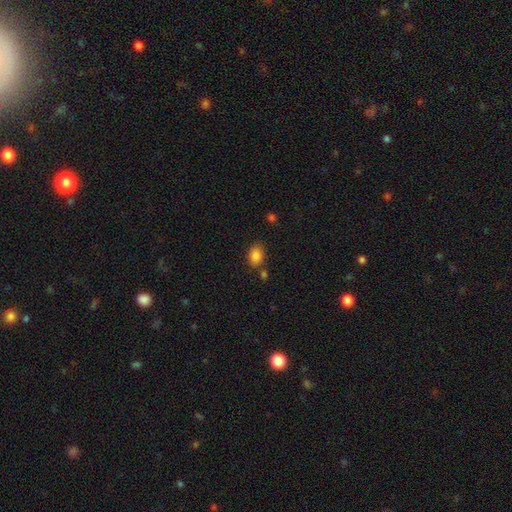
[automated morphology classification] Smooth or featured? Predicted: smooth (p=0.86). How rounded? Predicted: in between (p=0.69). Merging? Predicted: none (p=0.71).